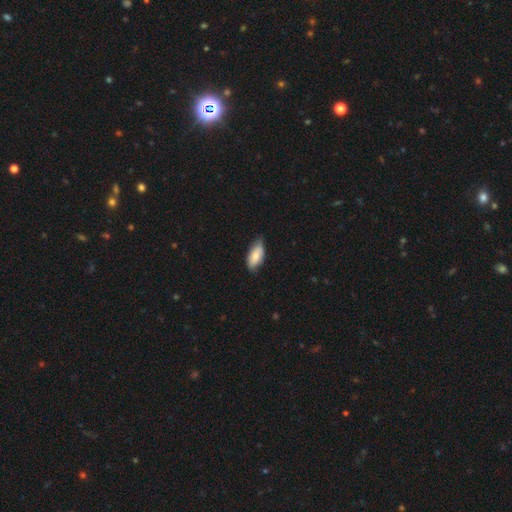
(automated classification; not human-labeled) A smooth galaxy with no disk features (80%) that is in between round and cigar-shaped (89%).

Vote fractions:
- Smooth or featured? smooth: 80% / featured or disk: 14% / star or artifact: 6%
- How rounded? in between: 89% / cigar-shaped: 9% / round: 2%
- Merging? none: 69% / minor disturbance: 26% / major disturbance: 3% / merger: 1%